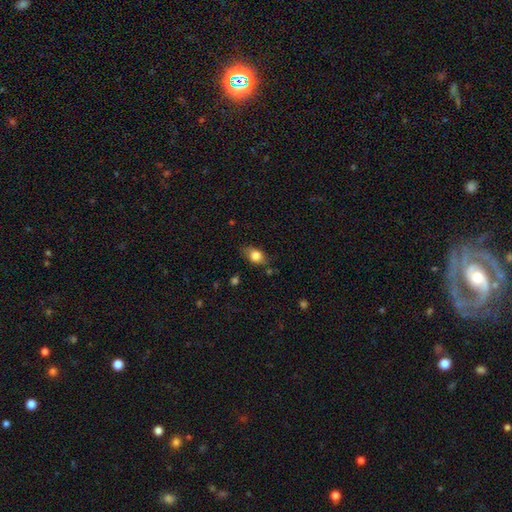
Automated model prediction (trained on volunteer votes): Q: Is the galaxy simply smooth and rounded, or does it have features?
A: smooth — 81%.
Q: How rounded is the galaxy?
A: in between — 77%.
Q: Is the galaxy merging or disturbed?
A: none — 73%.